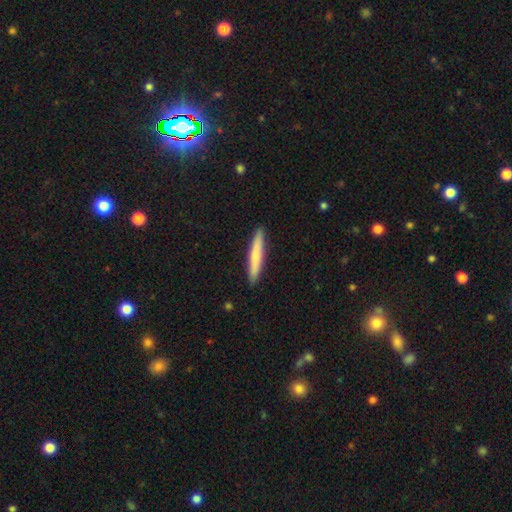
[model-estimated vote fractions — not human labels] This appears to be a smooth galaxy with no disk features (69%) that is cigar-shaped (95%). Merging: none (91%).